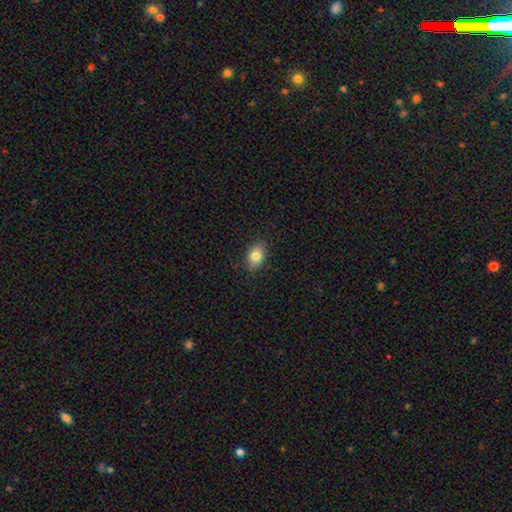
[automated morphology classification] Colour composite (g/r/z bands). It shows a smooth galaxy with no disk features (82%) that is in between round and cigar-shaped (78%). Merging: none (85%).